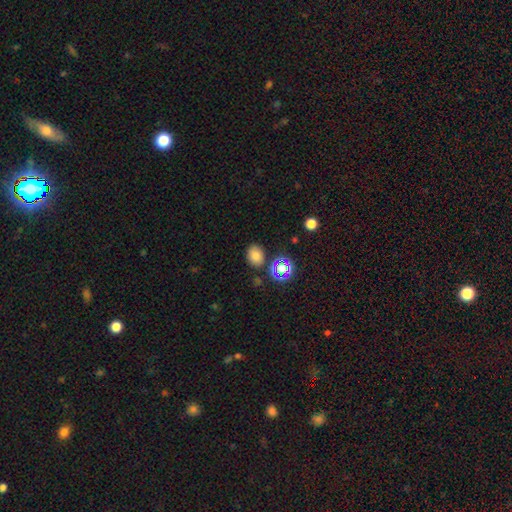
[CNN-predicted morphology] smooth 72%, star or artifact 20%, featured or disk 8%. Down the decision tree: how rounded — in between (61%); merging — none (80%).